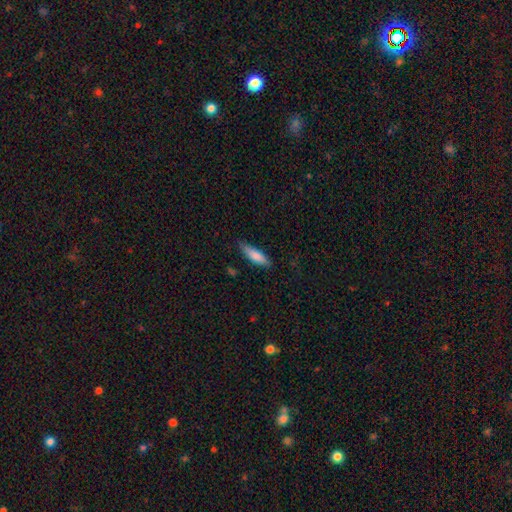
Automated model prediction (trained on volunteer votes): This is clearly a smooth galaxy (81%). How rounded: possibly cigar-shaped (60%). Merging: likely none (78%).